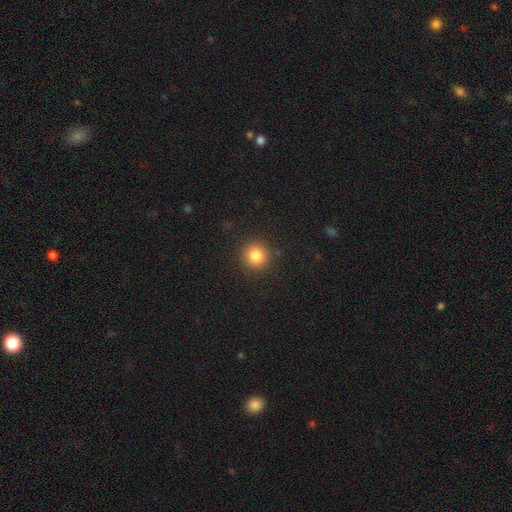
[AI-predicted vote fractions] Overall: smooth (83%). How rounded: round (93%). Merging: none (90%).